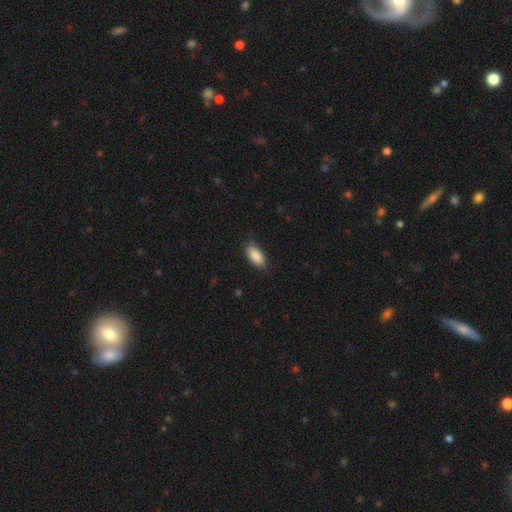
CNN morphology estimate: Smooth or featured: smooth — 88% (star or artifact — 6%)
How rounded: in between — 90% (cigar-shaped — 8%)
Merging: none — 80% (minor disturbance — 16%)